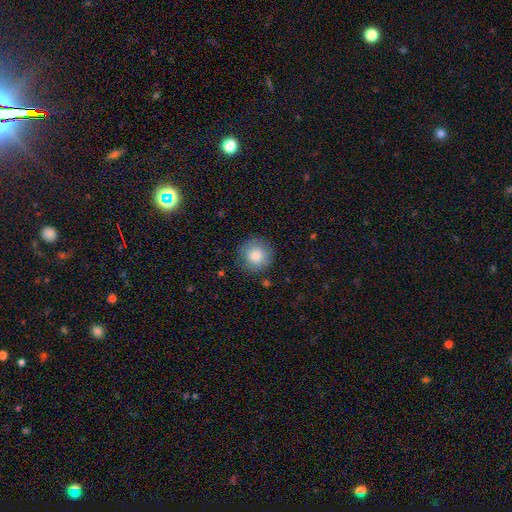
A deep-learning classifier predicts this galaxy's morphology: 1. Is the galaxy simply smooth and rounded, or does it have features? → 83% smooth, 9% featured or disk, 8% star or artifact.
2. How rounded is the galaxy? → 95% round, 4% in between, 1% cigar-shaped.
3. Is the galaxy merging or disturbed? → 86% none, 10% minor disturbance, 3% major disturbance, 1% merger.